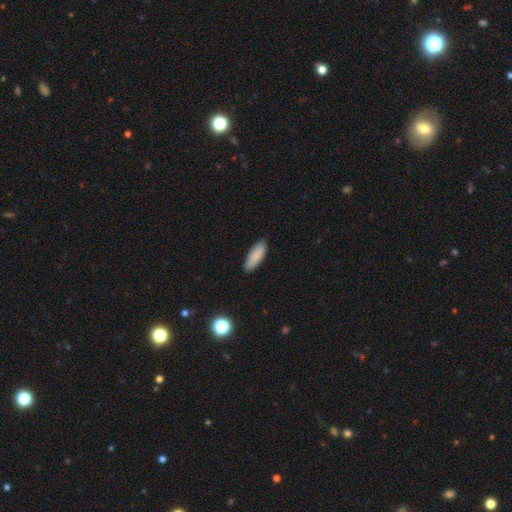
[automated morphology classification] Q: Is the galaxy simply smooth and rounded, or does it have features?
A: smooth — 87%.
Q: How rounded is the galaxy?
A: in between — 61%.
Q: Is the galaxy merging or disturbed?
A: none — 88%.